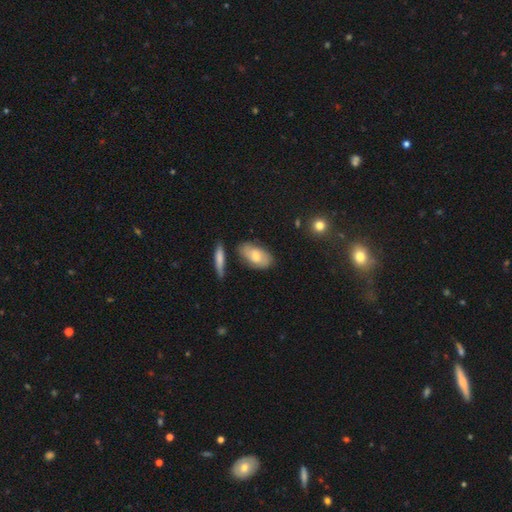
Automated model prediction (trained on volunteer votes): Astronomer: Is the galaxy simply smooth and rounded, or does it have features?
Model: smooth — 59%.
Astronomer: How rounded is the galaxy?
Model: in between — 89%.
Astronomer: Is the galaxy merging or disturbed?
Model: none — 69%.